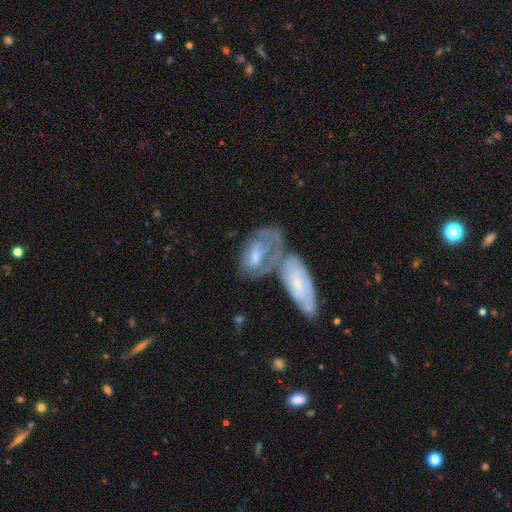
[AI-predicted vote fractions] smooth_or_featured: featured or disk (p=0.62) [alt: smooth p=0.31]
disk_edge_on: no (p=0.87) [alt: yes p=0.13]
bar: no (p=0.65) [alt: weak p=0.28]
has_spiral_arms: yes (p=0.63) [alt: no p=0.37]
bulge_size: small (p=0.49) [alt: moderate p=0.37]
merging: merger (p=0.50) [alt: none p=0.26]